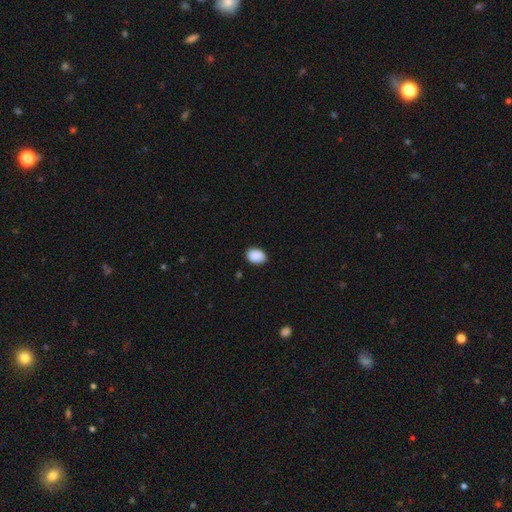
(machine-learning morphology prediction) A smooth galaxy with no disk features (90%) that is in between round and cigar-shaped (74%).

Vote fractions:
- Smooth or featured? smooth: 90% / star or artifact: 7% / featured or disk: 3%
- How rounded? in between: 74% / round: 25% / cigar-shaped: 1%
- Merging? none: 84% / minor disturbance: 13% / major disturbance: 2% / merger: 1%